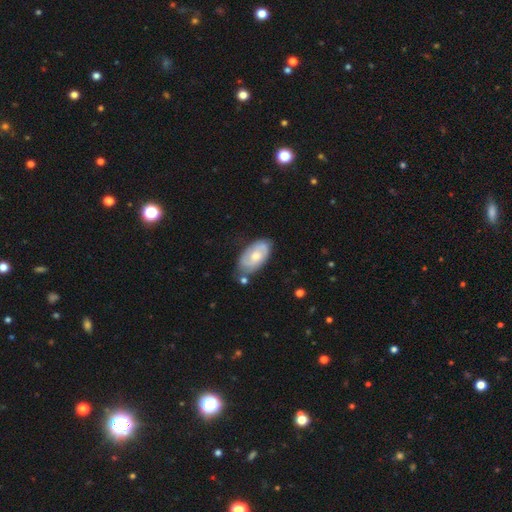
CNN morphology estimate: smooth_or_featured: featured or disk (p=0.61) [alt: smooth p=0.34]
disk_edge_on: no (p=0.94) [alt: yes p=0.06]
bar: no (p=0.69) [alt: weak p=0.27]
has_spiral_arms: yes (p=0.82) [alt: no p=0.18]
bulge_size: moderate (p=0.61) [alt: small p=0.29]
merging: none (p=0.67) [alt: minor disturbance p=0.21]